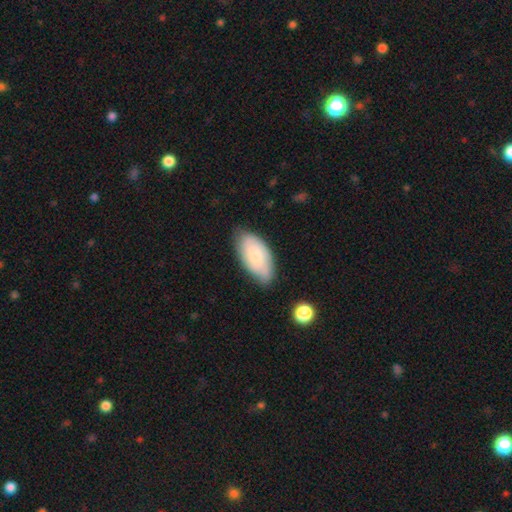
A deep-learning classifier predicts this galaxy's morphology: Smooth or featured?
  - smooth: 69% *
  - featured or disk: 24%
  - star or artifact: 6%
How rounded?
  - in between: 93% *
  - cigar-shaped: 5%
  - round: 2%
Merging?
  - none: 69% *
  - minor disturbance: 25%
  - major disturbance: 4%
  - merger: 2%